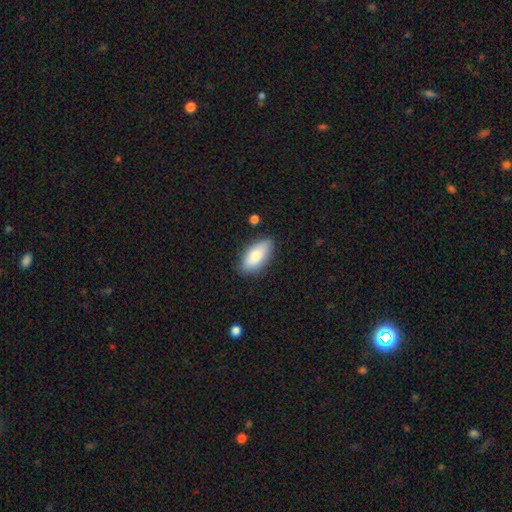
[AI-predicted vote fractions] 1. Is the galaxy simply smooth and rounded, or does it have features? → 78% smooth, 15% featured or disk, 6% star or artifact.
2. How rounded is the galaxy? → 88% in between, 9% cigar-shaped, 3% round.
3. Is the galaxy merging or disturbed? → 83% none, 12% minor disturbance, 3% major disturbance, 2% merger.